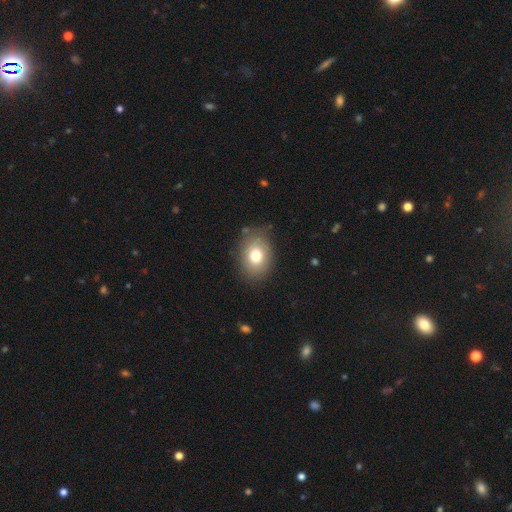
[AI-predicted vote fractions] Smooth or featured: smooth — 78% (featured or disk — 13%)
How rounded: in between — 70% (round — 29%)
Merging: none — 82% (minor disturbance — 13%)